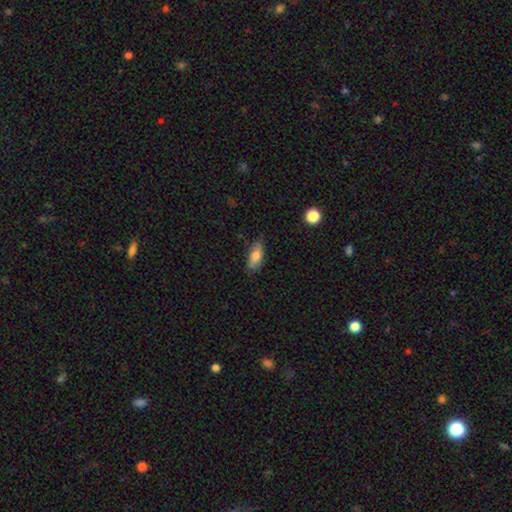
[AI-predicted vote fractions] A smooth galaxy with no disk features (77%) that is in between round and cigar-shaped (76%). Merging: none (79%).